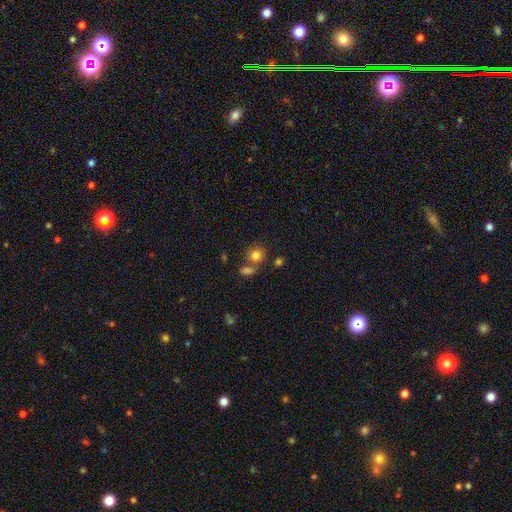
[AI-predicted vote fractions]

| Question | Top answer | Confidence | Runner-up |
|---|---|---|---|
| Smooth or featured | smooth | 80% | star or artifact (11%) |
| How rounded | round | 79% | in between (19%) |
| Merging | none | 60% | merger (23%) |